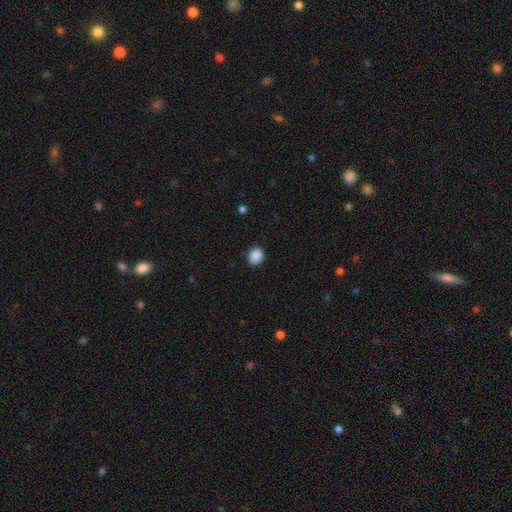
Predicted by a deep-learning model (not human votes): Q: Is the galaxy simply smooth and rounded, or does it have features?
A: smooth — 89%.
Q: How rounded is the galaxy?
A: in between — 56%.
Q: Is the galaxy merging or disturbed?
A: none — 86%.